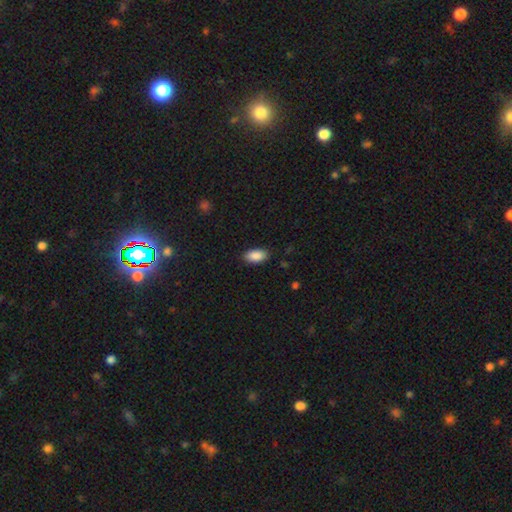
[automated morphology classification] Q: Smooth or featured?
A: smooth (89%); runner-up: star or artifact (7%)
Q: How rounded?
A: in between (93%); runner-up: cigar-shaped (4%)
Q: Merging?
A: none (87%); runner-up: minor disturbance (9%)